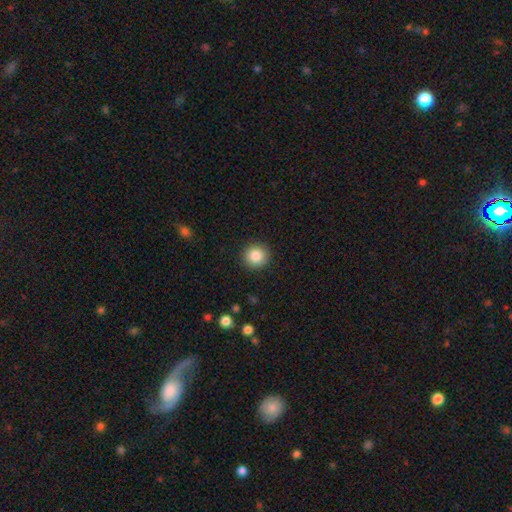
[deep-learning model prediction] Smooth or featured?
  - smooth: 85% *
  - star or artifact: 9%
  - featured or disk: 6%
How rounded?
  - round: 93% *
  - in between: 6%
  - cigar-shaped: 1%
Merging?
  - none: 92% *
  - minor disturbance: 5%
  - major disturbance: 2%
  - merger: 1%